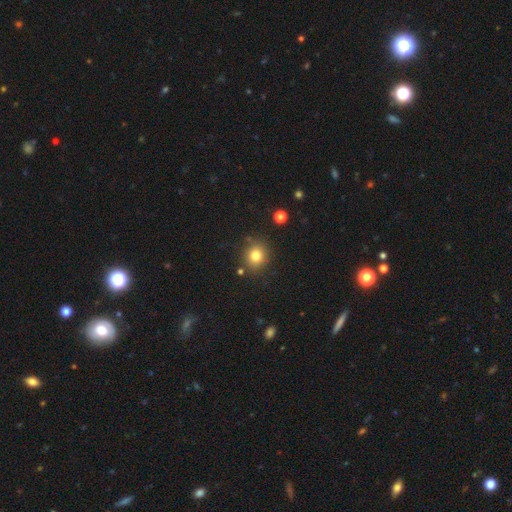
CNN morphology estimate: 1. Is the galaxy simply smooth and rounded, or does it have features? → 80% smooth, 13% star or artifact, 7% featured or disk.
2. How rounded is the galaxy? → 84% round, 15% in between, 1% cigar-shaped.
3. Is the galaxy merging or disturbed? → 84% none, 10% minor disturbance, 4% merger, 3% major disturbance.